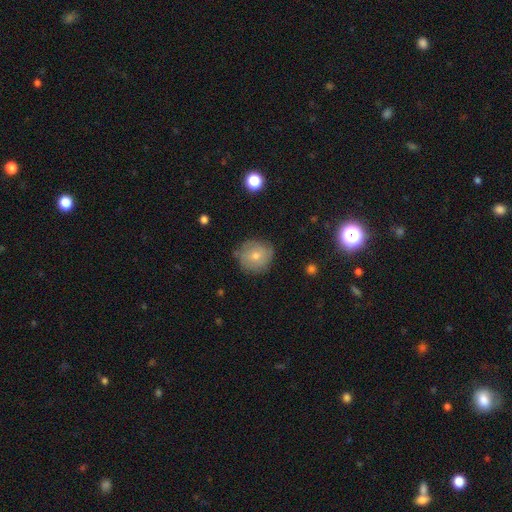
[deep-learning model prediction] This is possibly a smooth galaxy (53%). How rounded: clearly round (89%). Merging: likely none (78%).